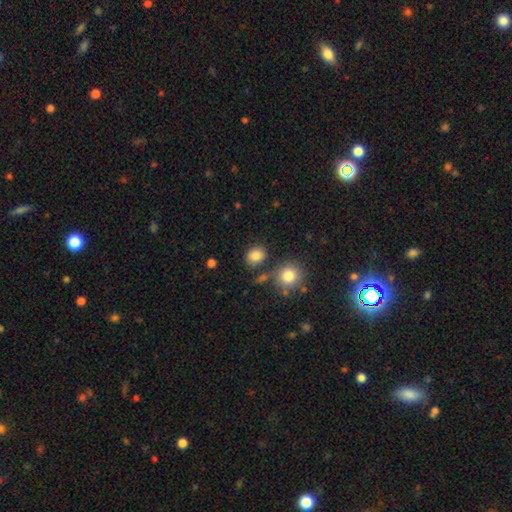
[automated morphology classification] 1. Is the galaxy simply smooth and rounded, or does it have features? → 84% smooth, 10% star or artifact, 6% featured or disk.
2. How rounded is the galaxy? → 63% round, 36% in between, 1% cigar-shaped.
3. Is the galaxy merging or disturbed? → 77% none, 11% minor disturbance, 8% merger, 4% major disturbance.